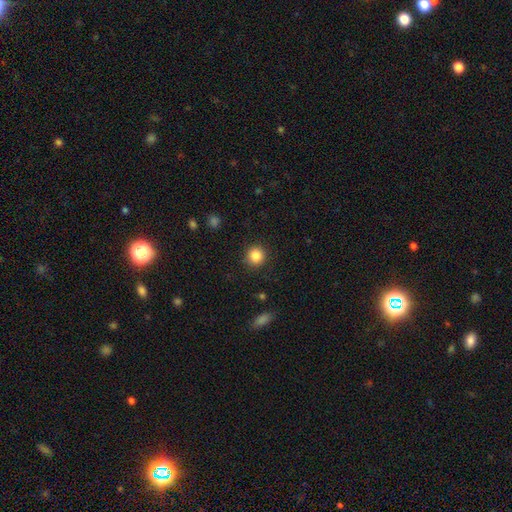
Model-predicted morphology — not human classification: Smooth or featured? smooth (86%)
How rounded? round (92%)
Merging? none (90%)